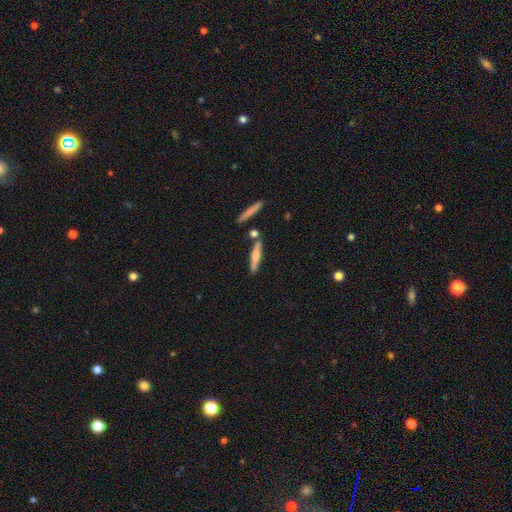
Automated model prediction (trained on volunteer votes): smooth_or_featured: smooth (p=0.48) [alt: featured or disk p=0.46]
merging: none (p=0.80) [alt: minor disturbance p=0.10]